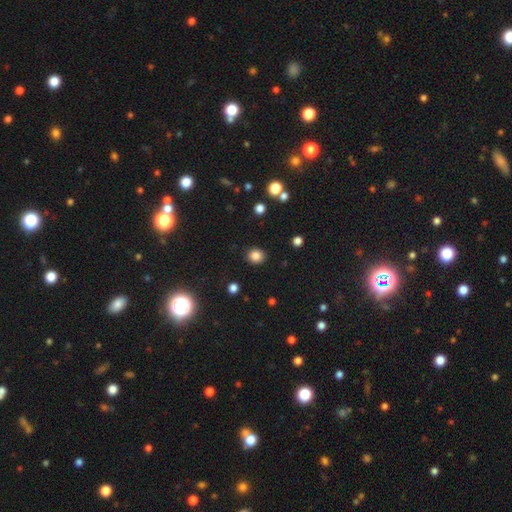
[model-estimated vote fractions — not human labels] This is clearly a smooth galaxy (83%). How rounded: likely round (76%). Merging: clearly none (89%).